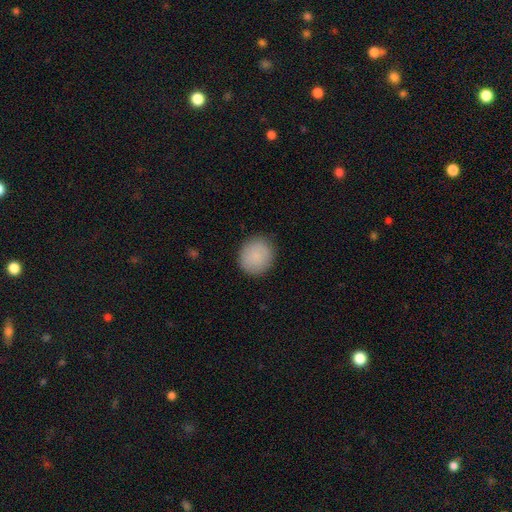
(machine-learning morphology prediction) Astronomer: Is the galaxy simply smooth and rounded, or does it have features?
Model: smooth — 88%.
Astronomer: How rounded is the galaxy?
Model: round — 83%.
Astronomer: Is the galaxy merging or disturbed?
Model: none — 88%.